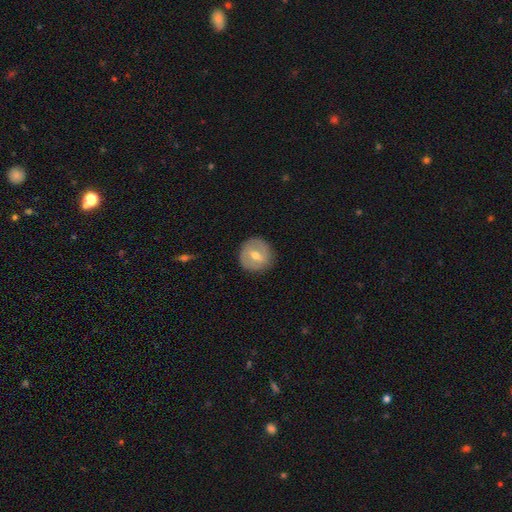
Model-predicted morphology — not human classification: Q: Smooth or featured?
A: smooth (51%); runner-up: featured or disk (41%)
Q: How rounded?
A: round (93%); runner-up: in between (6%)
Q: Merging?
A: none (88%); runner-up: minor disturbance (8%)